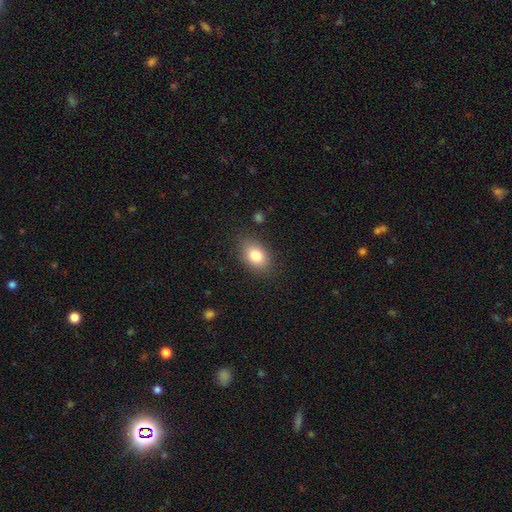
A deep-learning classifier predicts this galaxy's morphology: Smooth or featured: smooth — 81% (featured or disk — 10%)
How rounded: in between — 82% (round — 17%)
Merging: none — 84% (minor disturbance — 11%)